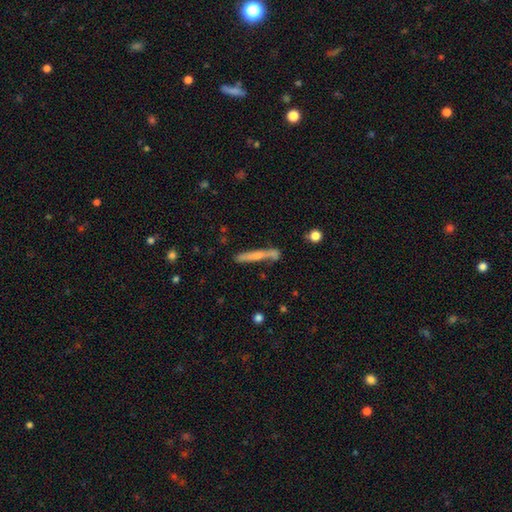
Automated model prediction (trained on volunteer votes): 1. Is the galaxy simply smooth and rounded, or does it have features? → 56% smooth, 38% featured or disk, 6% star or artifact.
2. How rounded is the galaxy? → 94% cigar-shaped, 5% in between, 2% round.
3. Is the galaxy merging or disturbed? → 68% none, 17% minor disturbance, 10% merger, 5% major disturbance.